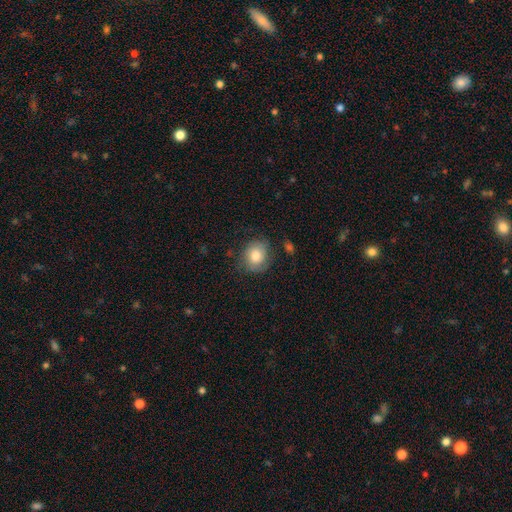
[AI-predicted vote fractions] The model was most divided on "how rounded": round: 73%, in between: 26%, cigar-shaped: 1%. More confident: smooth or featured — smooth (76%); merging — none (68%).